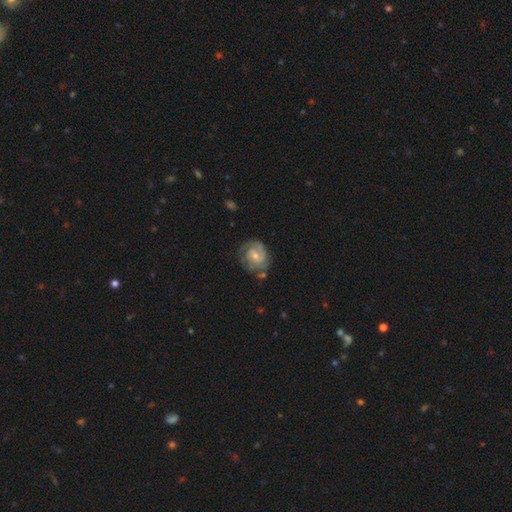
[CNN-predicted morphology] type=featured or disk (82%); edge-on=no (98%); bar=weak (46%, tied with no); spiral arms=yes (95%); winding=tight (58%); arm count=2 (53%); bulge=small (53%); merging=none (67%).